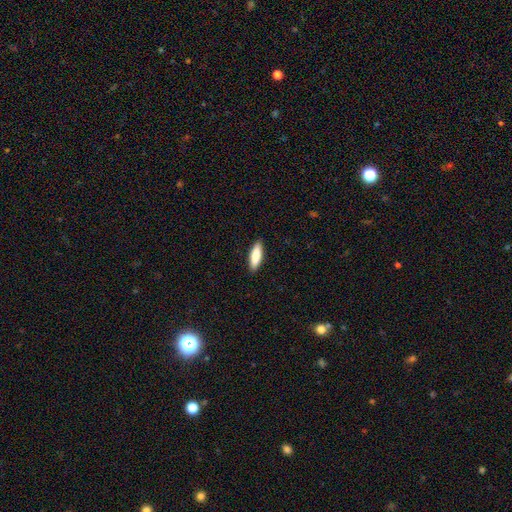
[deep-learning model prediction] Q: Smooth or featured?
A: smooth (82%); runner-up: featured or disk (12%)
Q: How rounded?
A: in between (51%); runner-up: cigar-shaped (47%)
Q: Merging?
A: none (90%); runner-up: minor disturbance (8%)